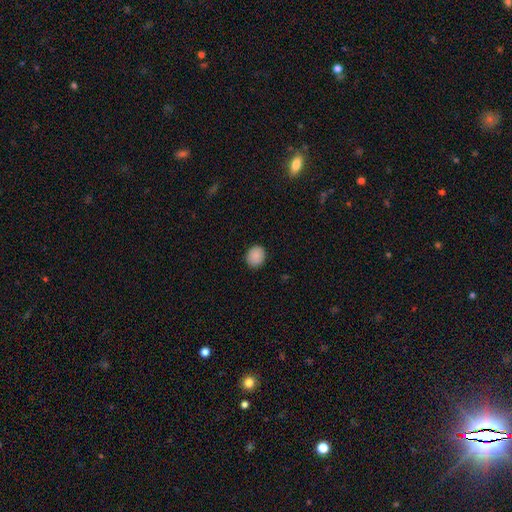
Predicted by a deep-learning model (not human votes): Q: Smooth or featured?
A: smooth (88%); runner-up: star or artifact (8%)
Q: How rounded?
A: round (62%); runner-up: in between (37%)
Q: Merging?
A: none (88%); runner-up: minor disturbance (9%)